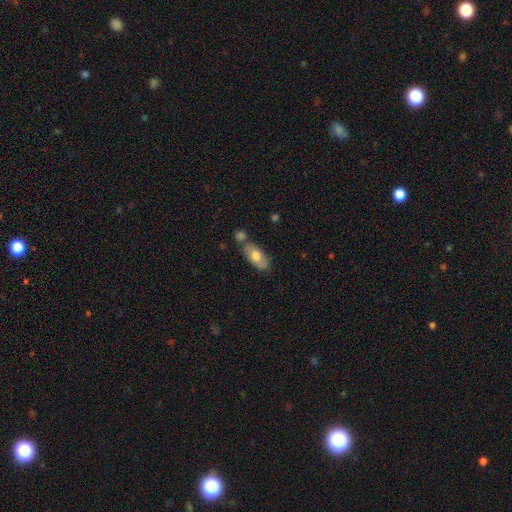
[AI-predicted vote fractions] smooth 64%, featured or disk 29%, star or artifact 6%. Down the decision tree: how rounded — in between (85%); merging — none (56%).